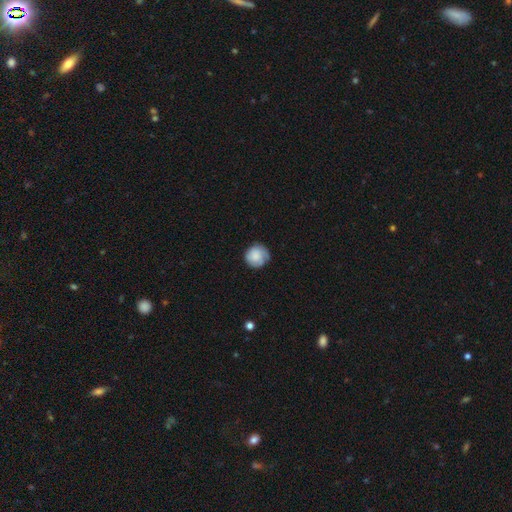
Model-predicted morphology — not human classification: This appears to be a smooth galaxy with no disk features (78%) that is round (91%). Merging: none (72%).